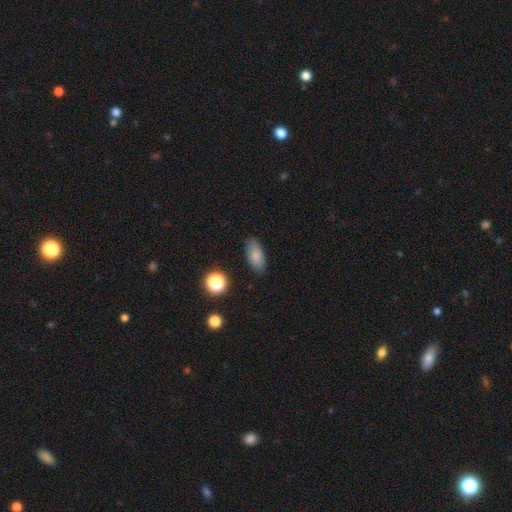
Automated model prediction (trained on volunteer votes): A smooth galaxy with no disk features (81%) that is in between round and cigar-shaped (85%). Merging: none (85%).